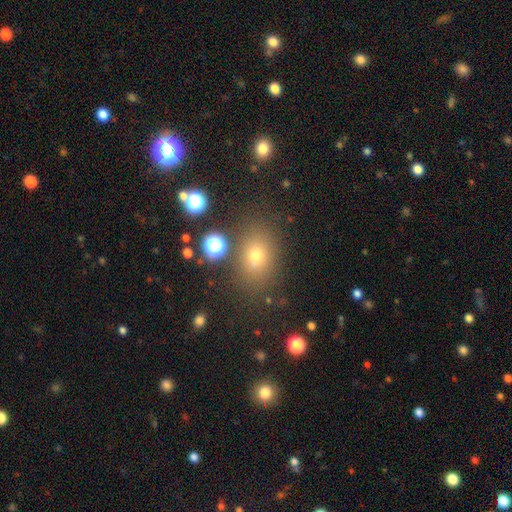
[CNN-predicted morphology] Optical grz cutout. It shows a smooth galaxy with no disk features (69%) that is in between round and cigar-shaped (65%). Merging: none (79%).